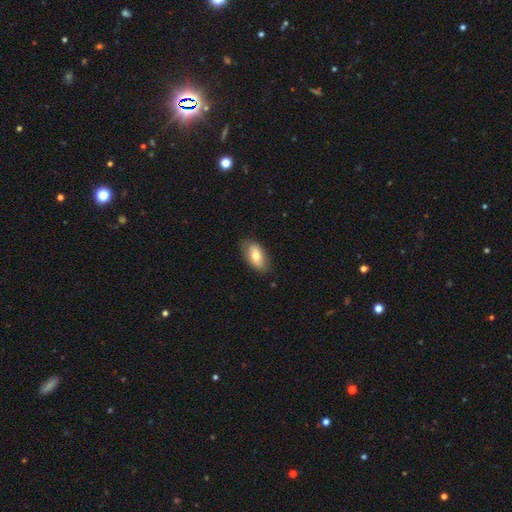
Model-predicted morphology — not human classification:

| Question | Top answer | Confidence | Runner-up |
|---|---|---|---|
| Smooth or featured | smooth | 70% | featured or disk (23%) |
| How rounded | in between | 92% | round (4%) |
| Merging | none | 79% | minor disturbance (17%) |